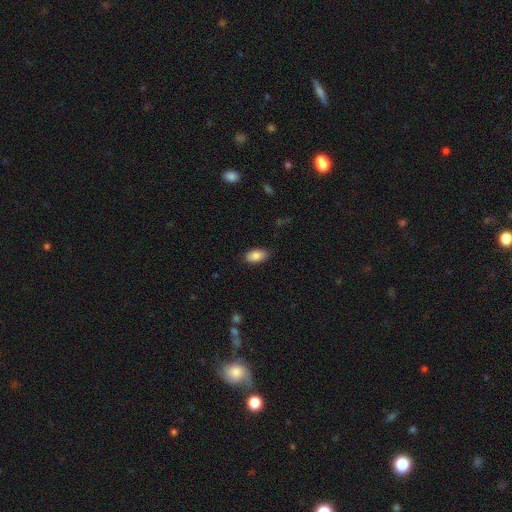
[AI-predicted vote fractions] This appears to be a smooth galaxy with no disk features (86%) that is in between round and cigar-shaped (94%). Merging: none (84%).